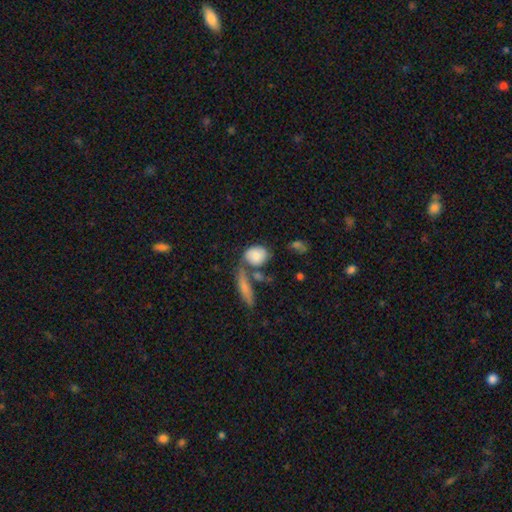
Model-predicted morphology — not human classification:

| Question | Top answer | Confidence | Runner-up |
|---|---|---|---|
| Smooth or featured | smooth | 75% | featured or disk (18%) |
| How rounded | round | 50% | in between (44%) |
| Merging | none | 44% | merger (29%) |